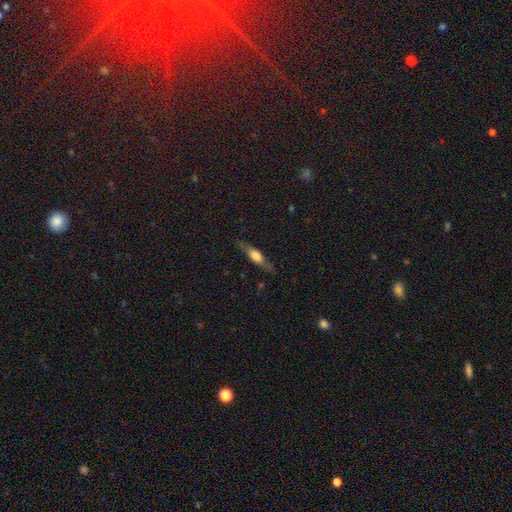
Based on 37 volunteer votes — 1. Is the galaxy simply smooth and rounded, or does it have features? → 51% featured or disk, 41% smooth, 8% star or artifact.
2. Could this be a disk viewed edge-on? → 95% yes, 5% no.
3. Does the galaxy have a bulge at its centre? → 89% rounded, 6% boxy, 6% none.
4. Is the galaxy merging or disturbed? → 71% none, 18% major disturbance, 12% minor disturbance, 0% merger.